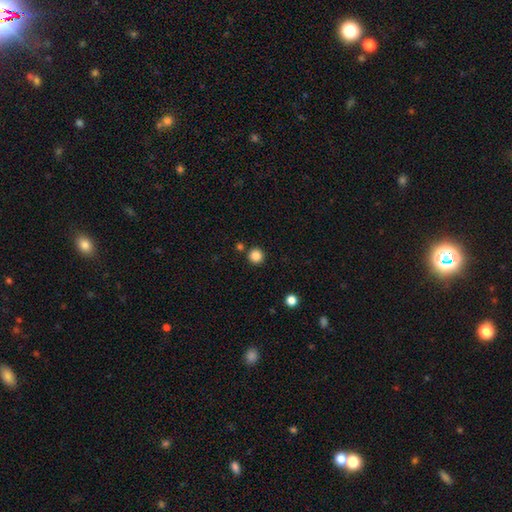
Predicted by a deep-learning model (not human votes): Morphology: type=smooth (85%); roundness=round (96%); merging=none (89%).